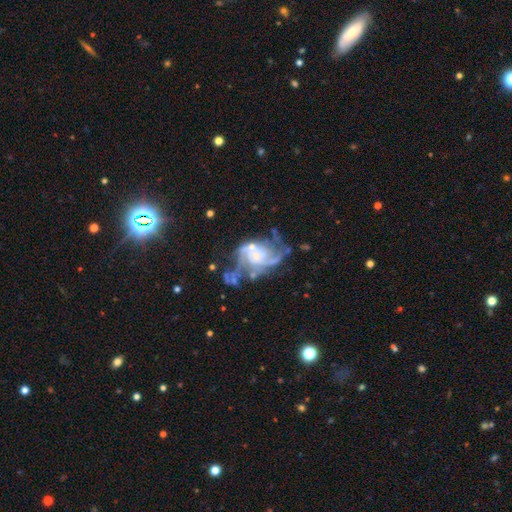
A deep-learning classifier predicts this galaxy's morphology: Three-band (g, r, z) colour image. It shows a featured or disk galaxy (88%) with no bar (67%), 2 (51%) medium (47%) spiral arms (95%) and a small central bulge (63%). Merging: none (39%).